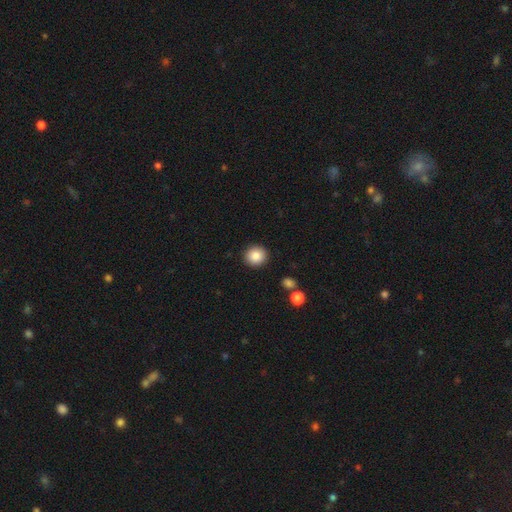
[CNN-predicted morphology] The model was most divided on "smooth or featured": smooth: 85%, star or artifact: 9%, featured or disk: 6%. More confident: how rounded — round (92%); merging — none (92%).